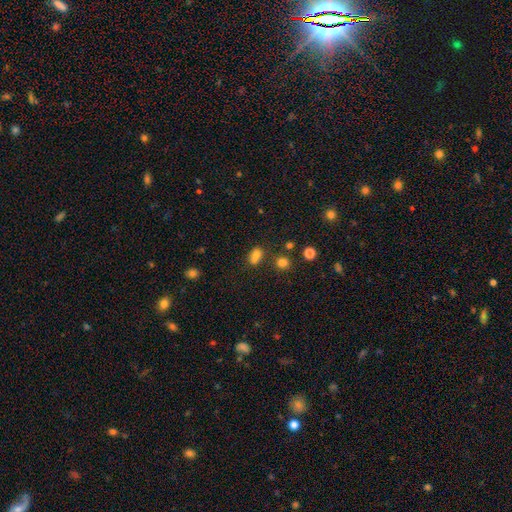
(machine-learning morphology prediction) smooth 79%, star or artifact 14%, featured or disk 7%. Down the decision tree: how rounded — in between (78%); merging — none (68%).